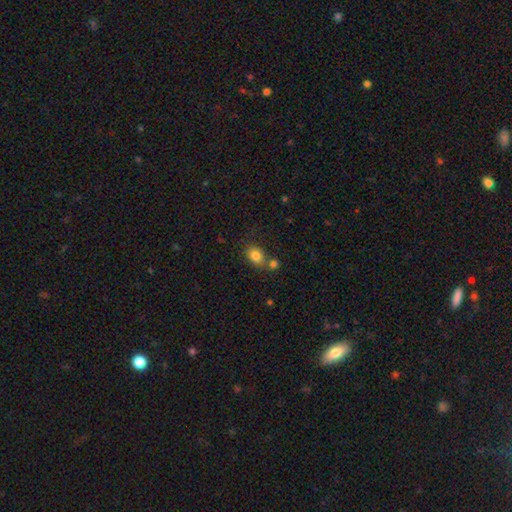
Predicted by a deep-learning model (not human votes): This appears to be a smooth galaxy with no disk features (82%) that is in between round and cigar-shaped (58%). Merging: none (58%).